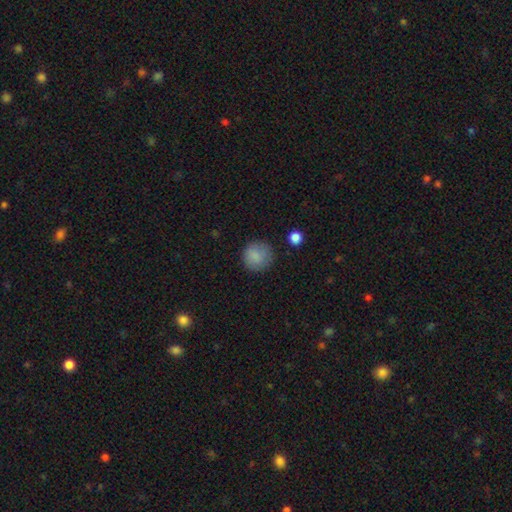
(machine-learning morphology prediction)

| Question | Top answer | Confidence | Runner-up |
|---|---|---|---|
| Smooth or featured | smooth | 86% | star or artifact (9%) |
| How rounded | round | 93% | in between (6%) |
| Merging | none | 81% | minor disturbance (13%) |